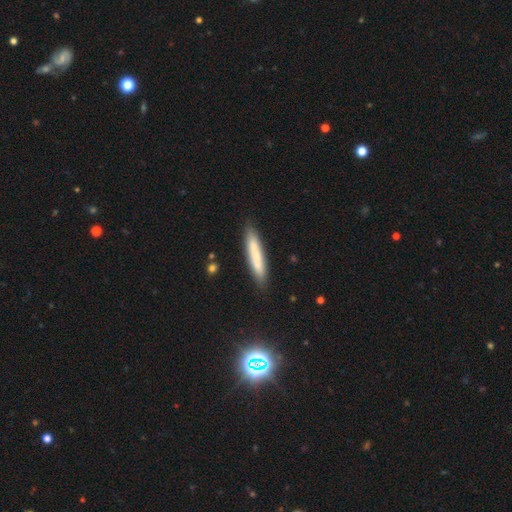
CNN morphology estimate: A smooth galaxy with no disk features (73%) that is cigar-shaped (90%). Merging: none (86%).